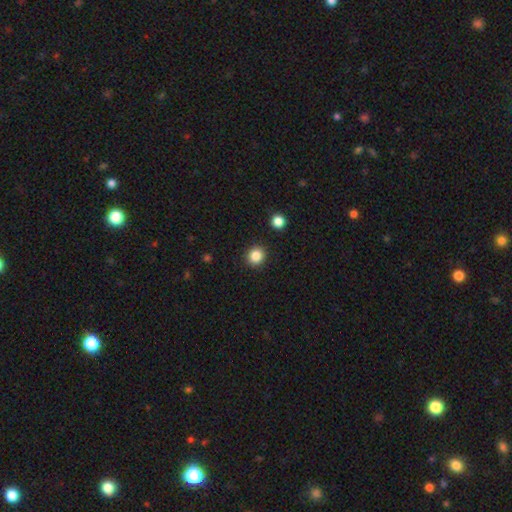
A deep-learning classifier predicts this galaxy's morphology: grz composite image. It shows a smooth galaxy with no disk features (85%) that is round (88%). Merging: none (91%).